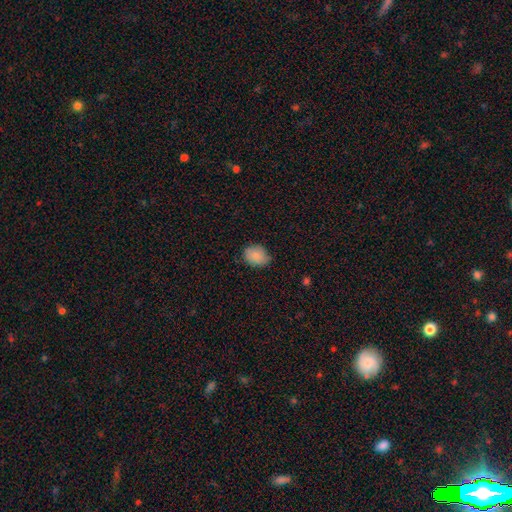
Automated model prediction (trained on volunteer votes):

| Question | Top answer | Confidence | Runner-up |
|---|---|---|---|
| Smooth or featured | smooth | 86% | star or artifact (8%) |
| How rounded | in between | 55% | round (44%) |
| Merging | none | 72% | minor disturbance (23%) |